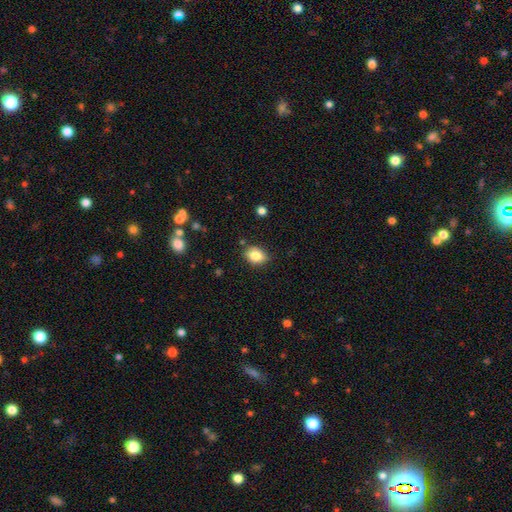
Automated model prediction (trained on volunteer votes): smooth-or-featured: smooth: 82% | featured or disk: 9% | star or artifact: 9%
  how-rounded: in between: 70% | round: 29% | cigar-shaped: 1%
  merging: none: 80% | minor disturbance: 15% | major disturbance: 3% | merger: 2%